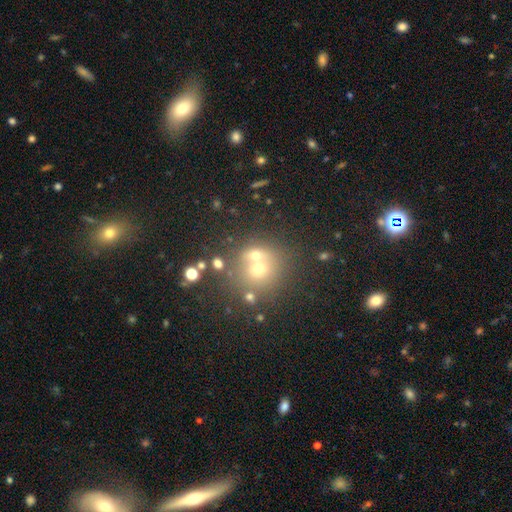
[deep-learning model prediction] smooth 62%, featured or disk 19%, star or artifact 19%. Down the decision tree: how rounded — round (80%); merging — merger (44%).